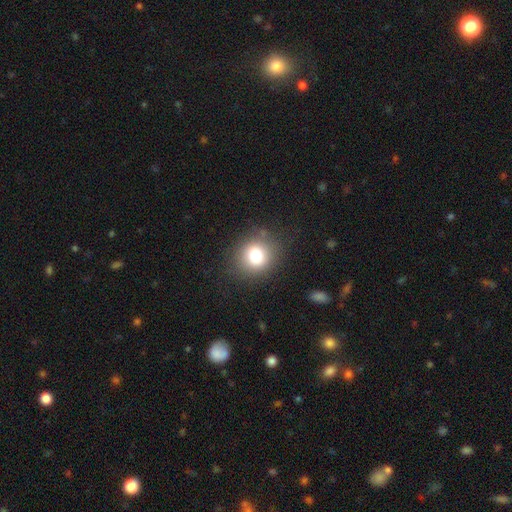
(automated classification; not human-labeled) This is likely a smooth galaxy (77%). How rounded: clearly round (83%). Merging: clearly none (85%).